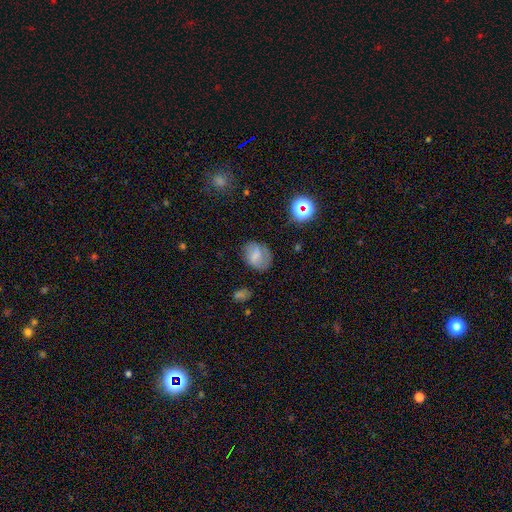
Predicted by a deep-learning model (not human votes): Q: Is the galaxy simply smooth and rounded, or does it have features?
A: smooth — 58%.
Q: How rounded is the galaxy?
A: in between — 57%.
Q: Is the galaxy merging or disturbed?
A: none — 67%.